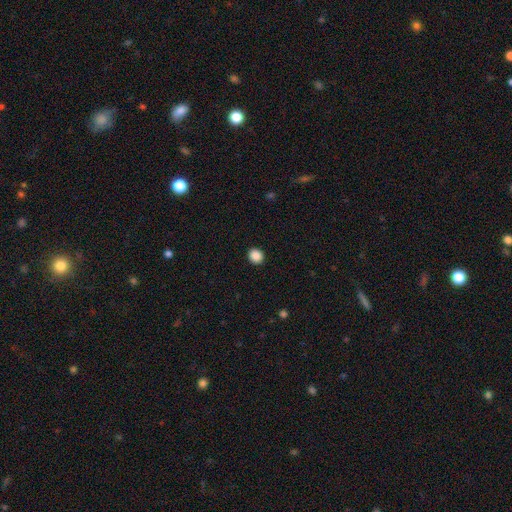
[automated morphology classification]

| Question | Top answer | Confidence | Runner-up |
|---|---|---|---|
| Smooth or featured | smooth | 88% | star or artifact (9%) |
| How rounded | round | 82% | in between (17%) |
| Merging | none | 93% | minor disturbance (5%) |